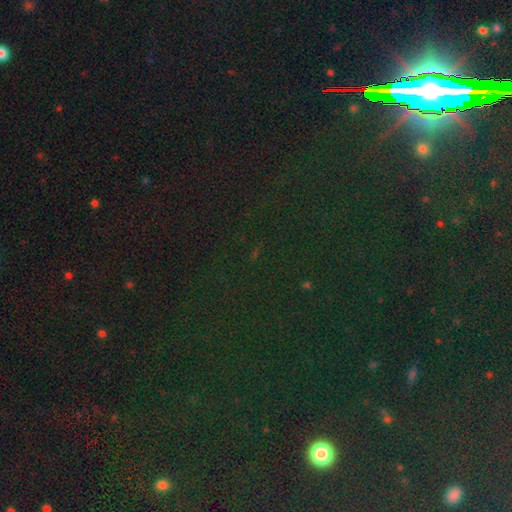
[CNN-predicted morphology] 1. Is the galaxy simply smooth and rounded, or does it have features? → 82% star or artifact, 11% smooth, 7% featured or disk.